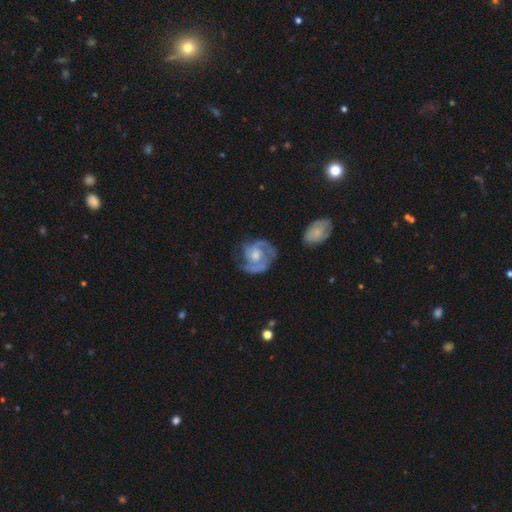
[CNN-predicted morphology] This appears to be a featured or disk galaxy (82%) with no bar (67%), 2 (56%) medium (44%, tied with tight) spiral arms (94%) and a moderate central bulge (54%). Merging: none (62%).